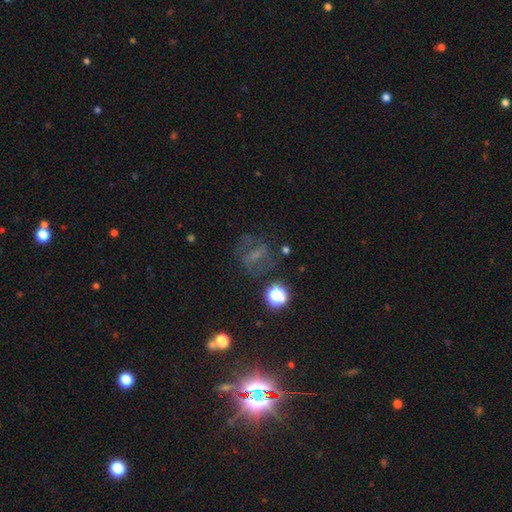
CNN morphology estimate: This appears to be a featured or disk galaxy (43%). Merging: none (65%).